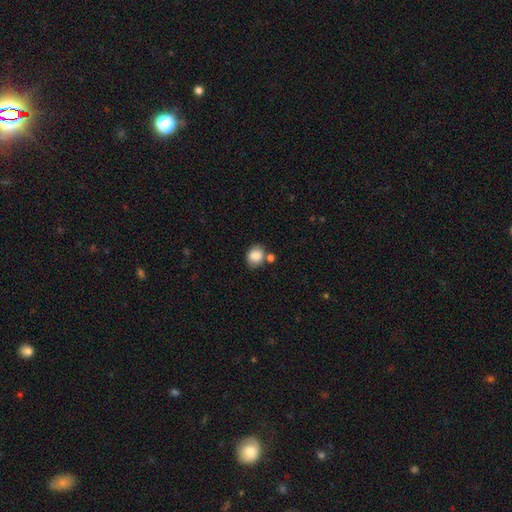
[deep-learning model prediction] Q: Smooth or featured?
A: smooth (86%); runner-up: star or artifact (8%)
Q: How rounded?
A: round (54%); runner-up: in between (45%)
Q: Merging?
A: none (64%); runner-up: merger (16%)